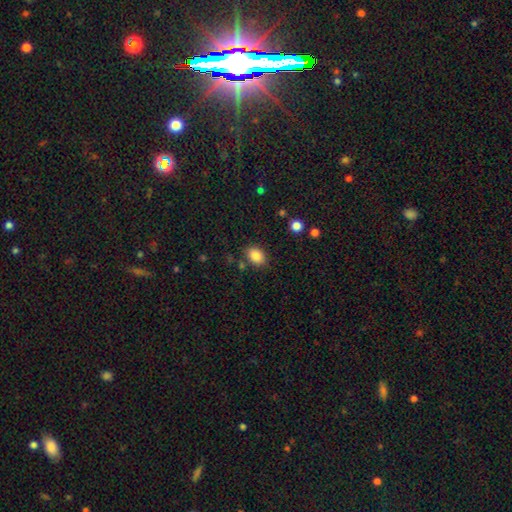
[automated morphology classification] Overall: smooth (86%). How rounded: in between (78%). Merging: none (81%).